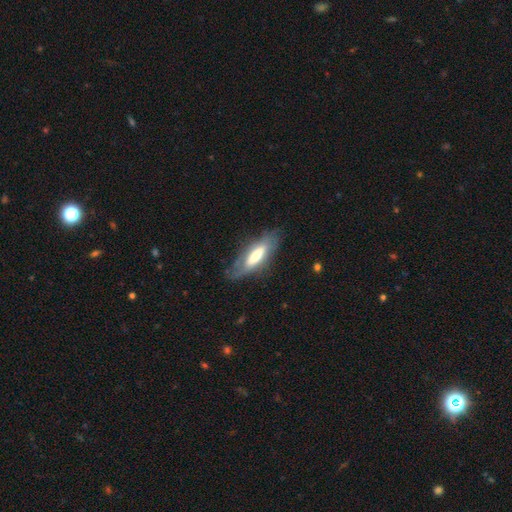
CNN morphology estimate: Smooth or featured? featured or disk (48%)
Merging? none (68%)